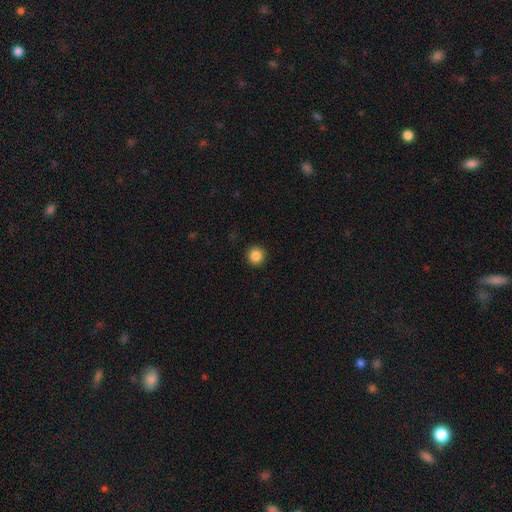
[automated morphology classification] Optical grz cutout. It shows a smooth galaxy with no disk features (86%) that is round (95%). Merging: none (93%).